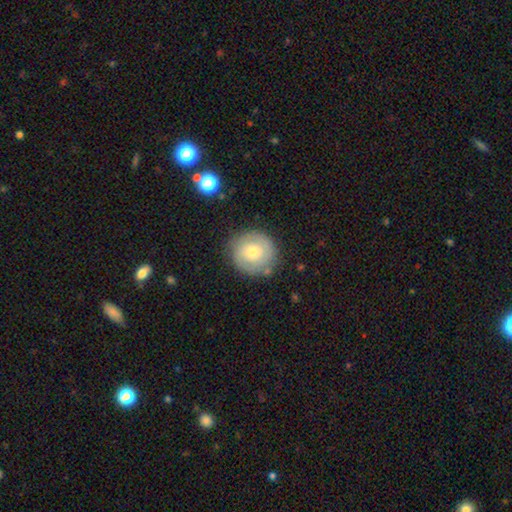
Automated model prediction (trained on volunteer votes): A smooth galaxy with no disk features (51%) that is round (91%).

Vote fractions:
- Smooth or featured? smooth: 51% / featured or disk: 42% / star or artifact: 7%
- How rounded? round: 91% / in between: 8% / cigar-shaped: 1%
- Merging? none: 80% / minor disturbance: 14% / major disturbance: 4% / merger: 2%